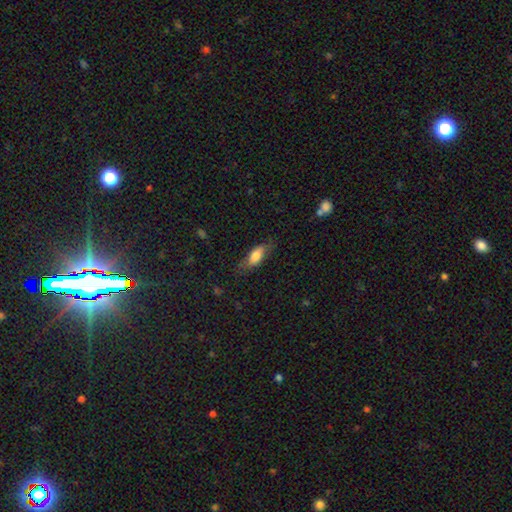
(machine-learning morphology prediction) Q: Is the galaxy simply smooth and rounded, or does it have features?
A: smooth — 74%.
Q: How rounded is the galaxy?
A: in between — 76%.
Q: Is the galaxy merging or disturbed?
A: none — 67%.